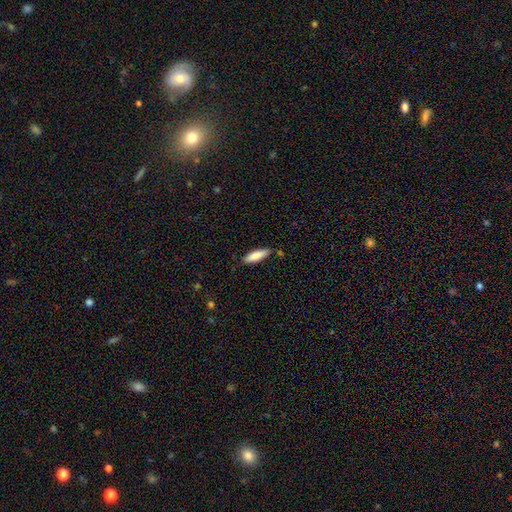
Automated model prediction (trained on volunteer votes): smooth-or-featured: smooth: 84% | featured or disk: 10% | star or artifact: 6%
  how-rounded: cigar-shaped: 59% | in between: 39% | round: 1%
  merging: none: 80% | minor disturbance: 14% | merger: 3% | major disturbance: 3%